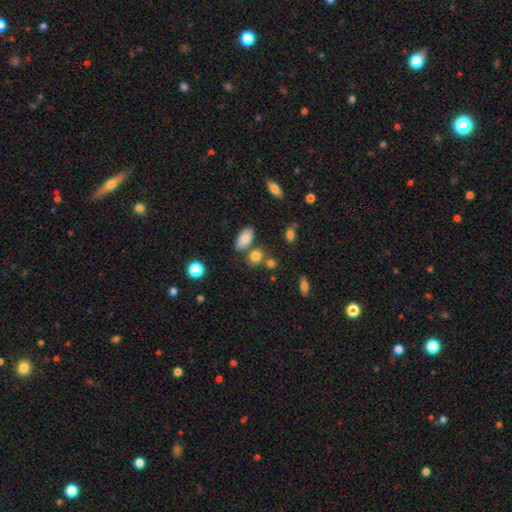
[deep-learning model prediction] Smooth or featured: smooth — 82% (star or artifact — 12%)
How rounded: in between — 57% (round — 40%)
Merging: none — 64% (merger — 18%)